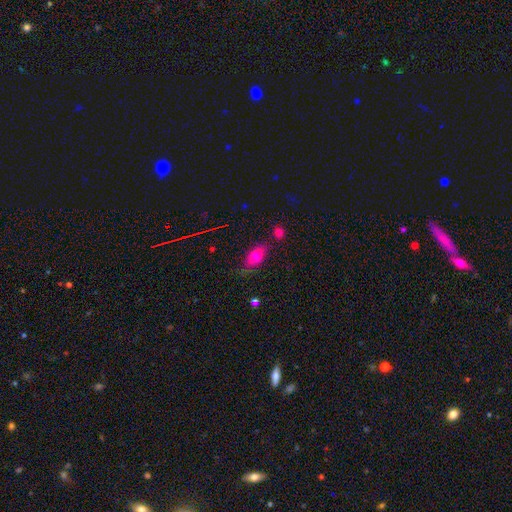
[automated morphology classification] The model was most divided on "merging": none: 70%, minor disturbance: 21%, merger: 5%, major disturbance: 5%. More confident: how rounded — in between (81%); smooth or featured — smooth (74%).